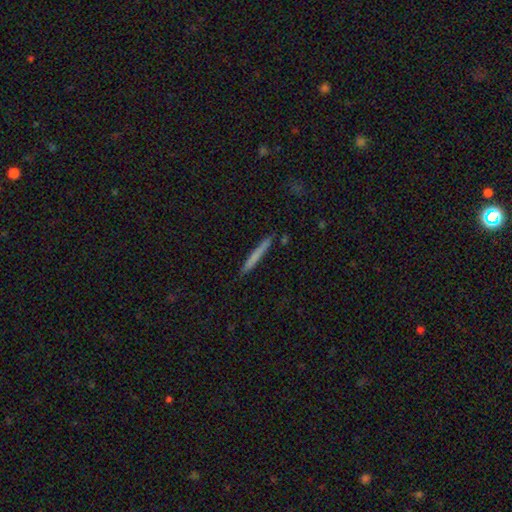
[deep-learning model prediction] The model was most divided on "smooth or featured": smooth: 65%, featured or disk: 29%, star or artifact: 6%. More confident: how rounded — cigar-shaped (97%); merging — none (89%).